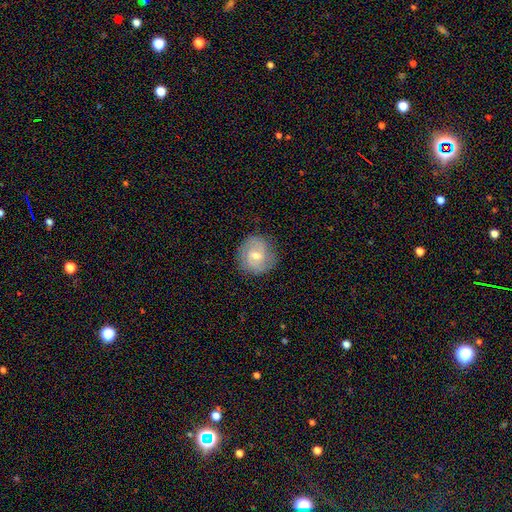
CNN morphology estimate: smooth_or_featured: featured or disk (p=0.54) [alt: smooth p=0.38]
disk_edge_on: no (p=0.97) [alt: yes p=0.03]
bar: weak (p=0.47) [alt: no p=0.43]
has_spiral_arms: yes (p=0.79) [alt: no p=0.21]
bulge_size: moderate (p=0.62) [alt: small p=0.34]
merging: none (p=0.83) [alt: minor disturbance p=0.12]